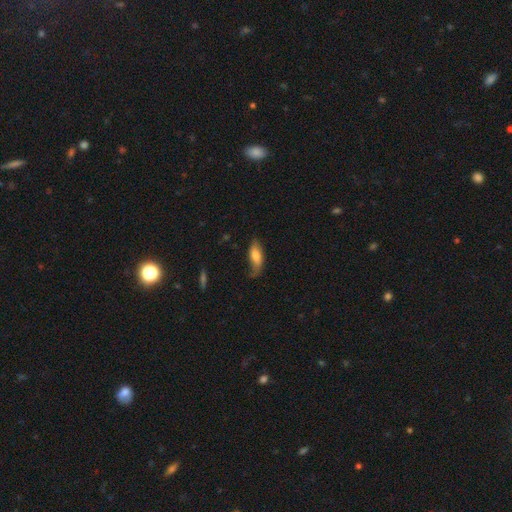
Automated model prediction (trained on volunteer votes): Smooth or featured?
  - smooth: 70% *
  - featured or disk: 23%
  - star or artifact: 7%
How rounded?
  - in between: 75% *
  - cigar-shaped: 22%
  - round: 3%
Merging?
  - none: 47% *
  - minor disturbance: 34%
  - major disturbance: 16%
  - merger: 3%